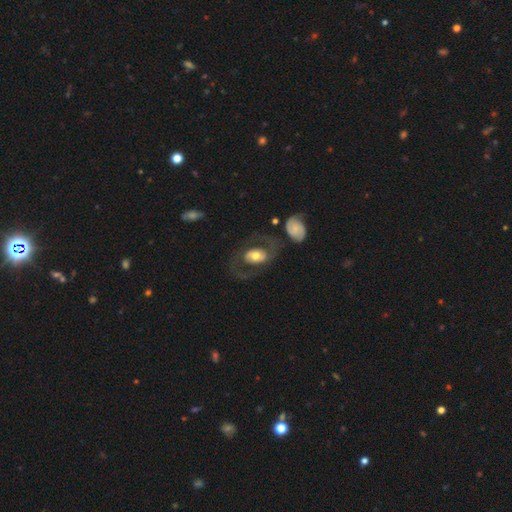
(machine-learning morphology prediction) Smooth or featured? featured or disk (57%)
Edge-on disk? no (94%)
Bar? no (59%)
Spiral arms? yes (54%)
Bulge size? moderate (60%)
Merging? none (62%)